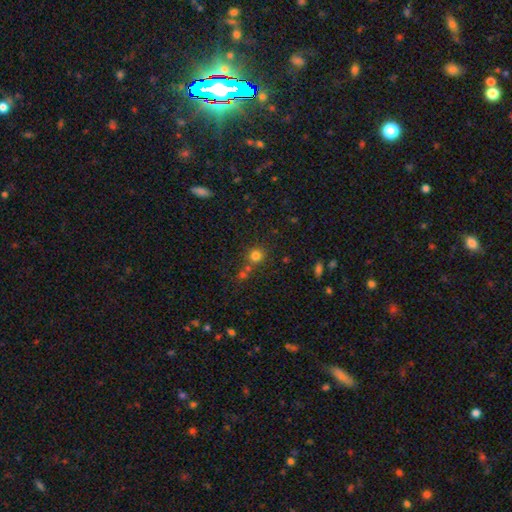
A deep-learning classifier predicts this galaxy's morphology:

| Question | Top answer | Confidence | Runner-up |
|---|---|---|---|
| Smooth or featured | smooth | 78% | star or artifact (16%) |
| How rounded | round | 90% | in between (9%) |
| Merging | none | 68% | merger (18%) |